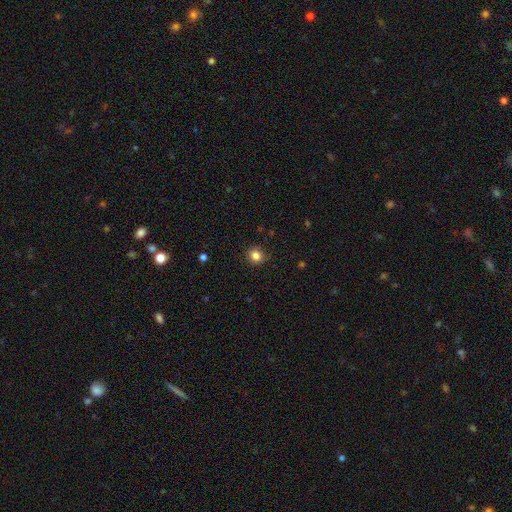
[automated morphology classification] Smooth or featured?
  - smooth: 83% *
  - star or artifact: 12%
  - featured or disk: 5%
How rounded?
  - round: 89% *
  - in between: 10%
  - cigar-shaped: 1%
Merging?
  - none: 88% *
  - minor disturbance: 9%
  - major disturbance: 2%
  - merger: 1%